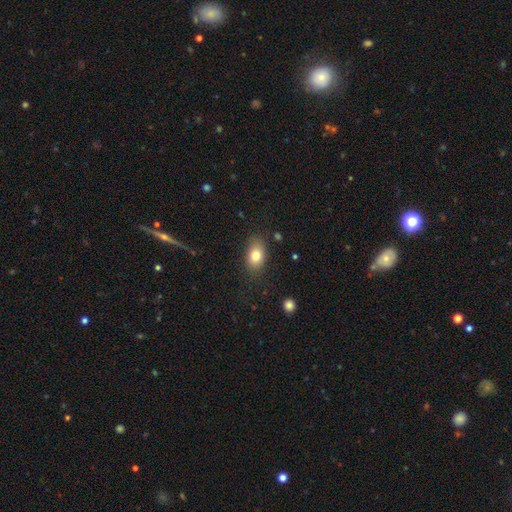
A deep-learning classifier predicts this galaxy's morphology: Smooth or featured: smooth — 80% (featured or disk — 11%)
How rounded: in between — 84% (round — 14%)
Merging: none — 81% (minor disturbance — 14%)